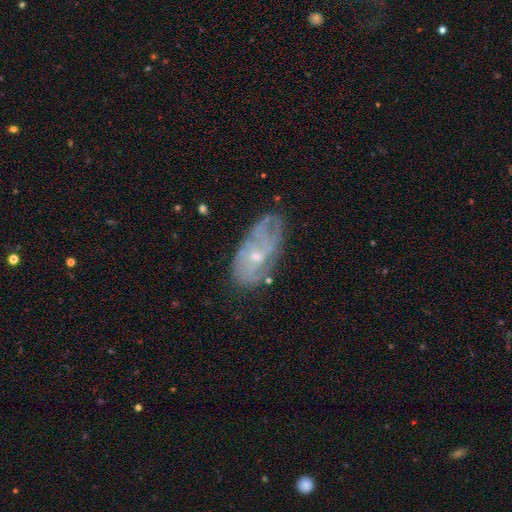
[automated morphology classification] type=featured or disk (65%); edge-on=no (93%); bar=no (74%); spiral arms=yes (62%); bulge=small (61%); merging=none (54%).